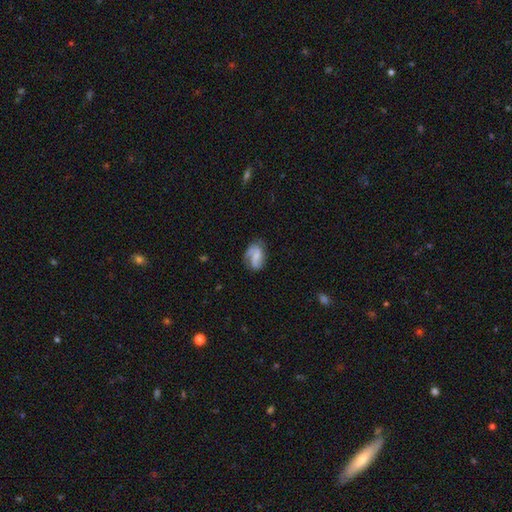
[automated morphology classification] smooth_or_featured: featured or disk (p=0.59) [alt: smooth p=0.33]
disk_edge_on: no (p=0.97) [alt: yes p=0.03]
bar: no (p=0.43) [alt: weak p=0.40]
has_spiral_arms: yes (p=0.87) [alt: no p=0.13]
spiral_winding: medium (p=0.40) [alt: loose p=0.38]
spiral_arm_count: 2 (p=0.64) [alt: 1 p=0.23]
bulge_size: none (p=0.47) [alt: small p=0.28]
merging: none (p=0.57) [alt: minor disturbance p=0.25]